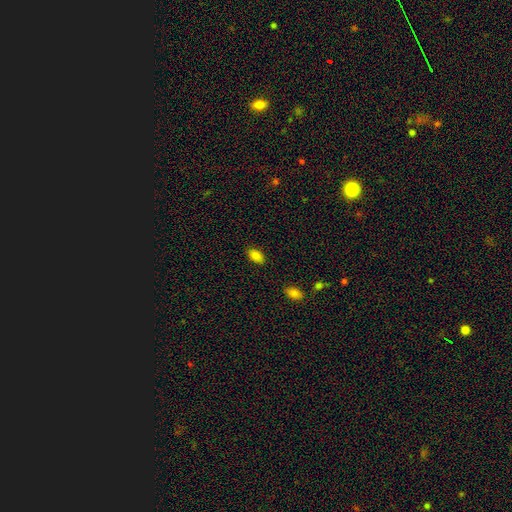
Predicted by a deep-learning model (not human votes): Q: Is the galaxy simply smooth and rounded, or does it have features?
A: smooth — 84%.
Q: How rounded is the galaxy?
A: in between — 92%.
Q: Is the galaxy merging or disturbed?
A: none — 86%.